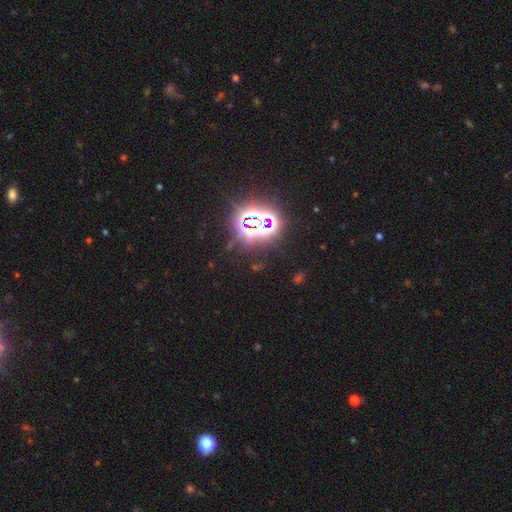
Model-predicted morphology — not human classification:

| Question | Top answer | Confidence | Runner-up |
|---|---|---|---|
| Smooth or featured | star or artifact | 84% | smooth (10%) |